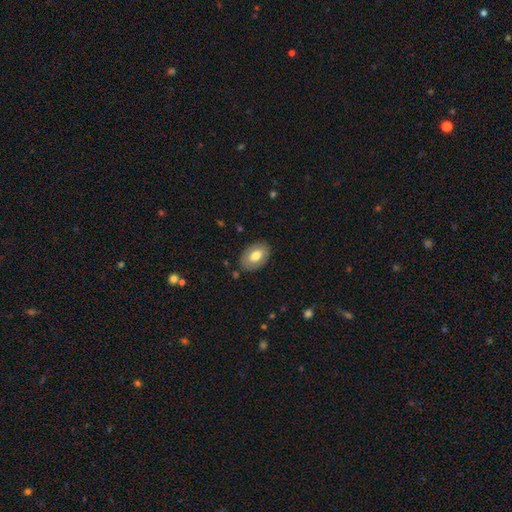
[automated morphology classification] smooth 70%, featured or disk 23%, star or artifact 6%. Down the decision tree: how rounded — in between (87%); merging — none (84%).